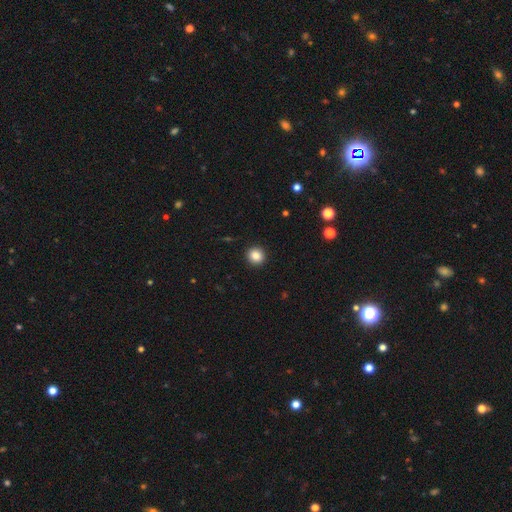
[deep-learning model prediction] Smooth or featured: smooth — 86% (star or artifact — 10%)
How rounded: round — 90% (in between — 9%)
Merging: none — 93% (minor disturbance — 5%)